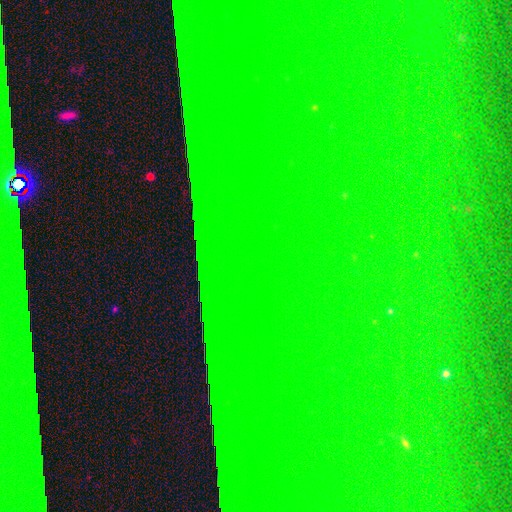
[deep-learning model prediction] Smooth or featured? star or artifact (87%)